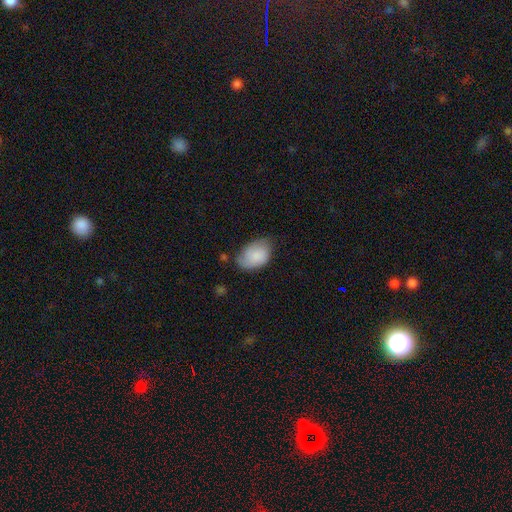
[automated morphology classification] smooth 79%, featured or disk 14%, star or artifact 6%. Down the decision tree: how rounded — in between (87%); merging — none (52%).